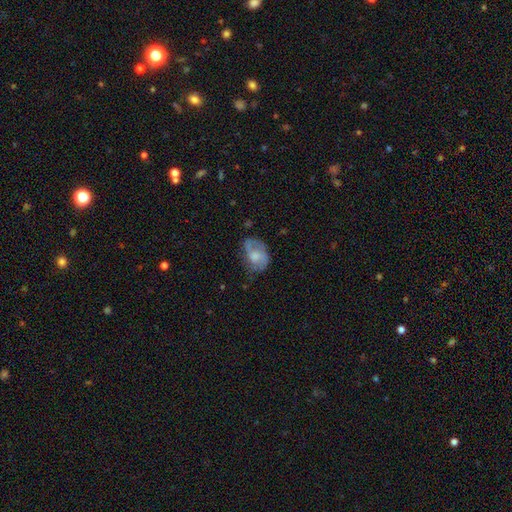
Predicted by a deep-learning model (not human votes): Smooth or featured: featured or disk — 48% (smooth — 44%)
Merging: none — 50% (minor disturbance — 29%)